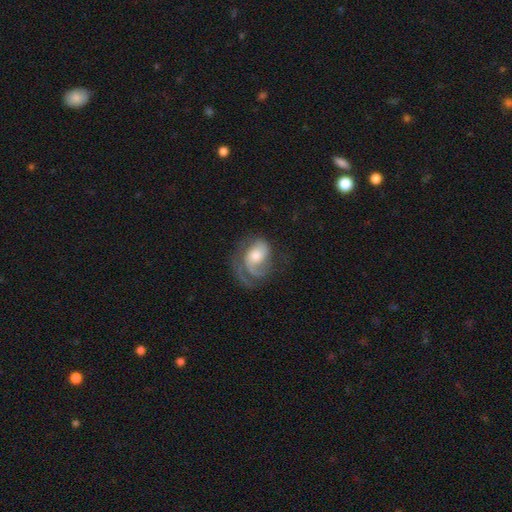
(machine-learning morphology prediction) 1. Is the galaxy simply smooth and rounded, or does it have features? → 77% featured or disk, 16% smooth, 6% star or artifact.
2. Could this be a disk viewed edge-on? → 97% no, 3% yes.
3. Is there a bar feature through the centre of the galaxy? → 65% no, 28% weak, 6% strong.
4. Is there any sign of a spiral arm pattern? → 94% yes, 6% no.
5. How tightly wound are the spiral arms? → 43% medium, 30% tight, 26% loose.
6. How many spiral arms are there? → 50% 1, 33% 2, 9% can't tell, 5% 3, 2% 4, 2% more than 4.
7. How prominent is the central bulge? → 57% moderate, 27% small, 12% large, 3% none, 2% dominant.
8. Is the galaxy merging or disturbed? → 49% none, 28% major disturbance, 21% minor disturbance, 2% merger.